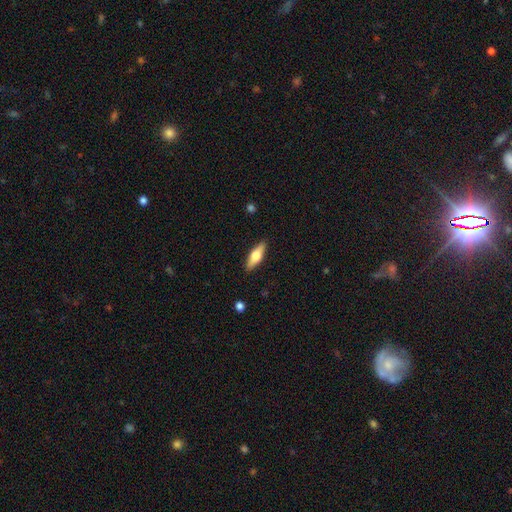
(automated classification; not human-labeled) Overall: smooth (55%; featured or disk 39%). How rounded: in between (55%; cigar-shaped 42%). Merging: none (89%).